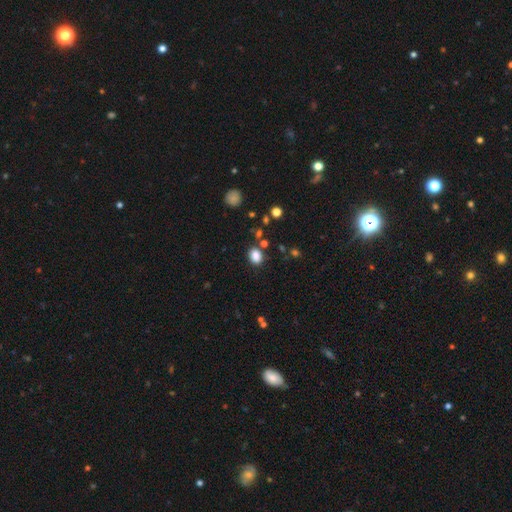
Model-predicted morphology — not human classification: Smooth or featured: smooth — 85% (star or artifact — 11%)
How rounded: in between — 62% (round — 37%)
Merging: none — 80% (minor disturbance — 11%)